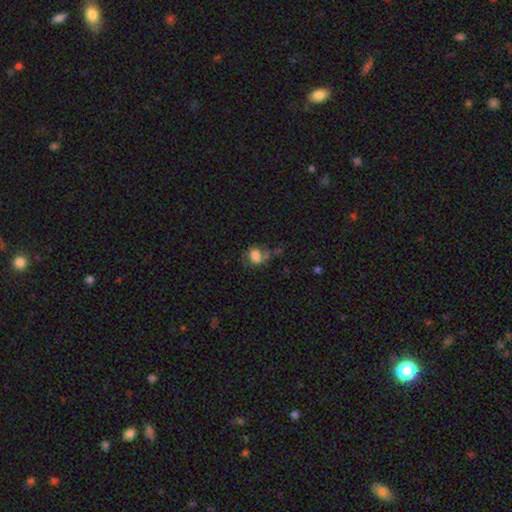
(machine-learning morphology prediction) smooth_or_featured: smooth (p=0.62) [alt: featured or disk p=0.28]
how_rounded: in between (p=0.50) [alt: round p=0.49]
merging: none (p=0.39) [alt: major disturbance p=0.28]